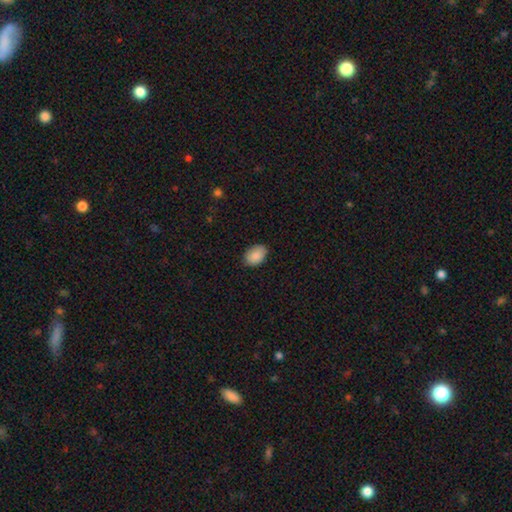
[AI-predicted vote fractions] The model was most divided on "merging": none: 84%, minor disturbance: 13%, major disturbance: 2%, merger: 1%. More confident: smooth or featured — smooth (89%); how rounded — in between (86%).